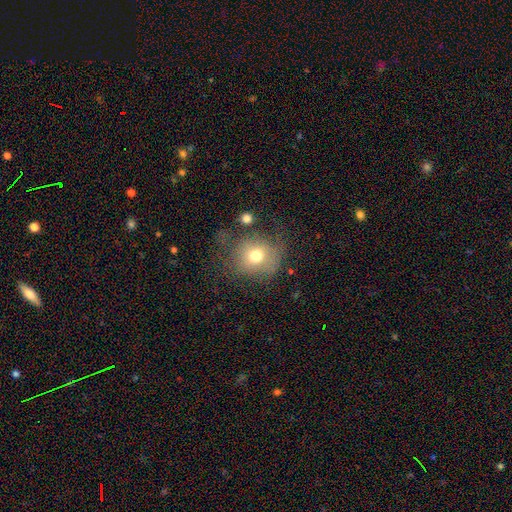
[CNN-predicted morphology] smooth 69%, featured or disk 19%, star or artifact 13%. Down the decision tree: how rounded — round (82%); merging — none (53%).